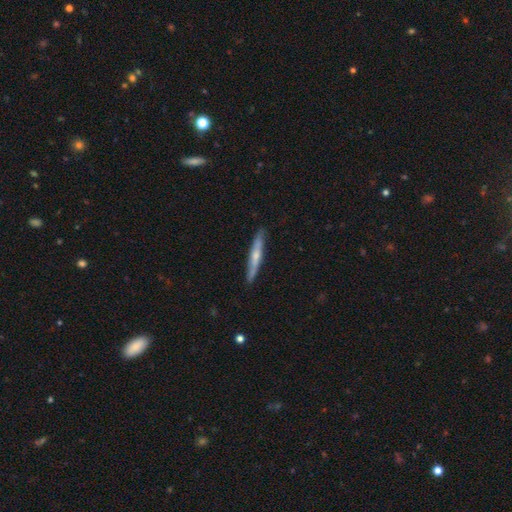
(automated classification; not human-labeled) smooth-or-featured: featured or disk: 51% | smooth: 43% | star or artifact: 5%
  disk-edge-on: yes: 89% | no: 11%
  merging: none: 85% | minor disturbance: 11% | major disturbance: 2% | merger: 1%